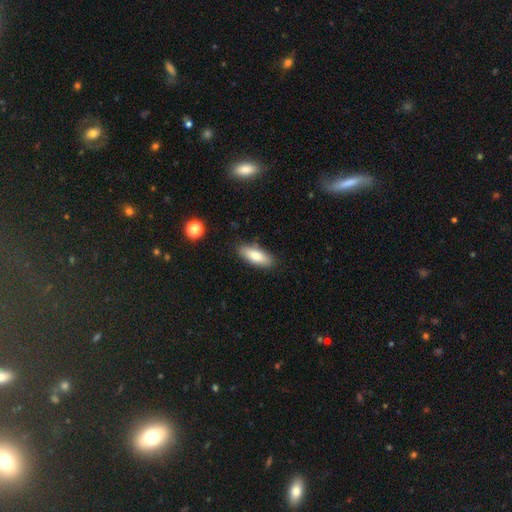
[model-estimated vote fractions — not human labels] Smooth or featured?
  - smooth: 80% *
  - featured or disk: 14%
  - star or artifact: 6%
How rounded?
  - in between: 66% *
  - cigar-shaped: 32%
  - round: 2%
Merging?
  - none: 85% *
  - minor disturbance: 11%
  - major disturbance: 2%
  - merger: 2%